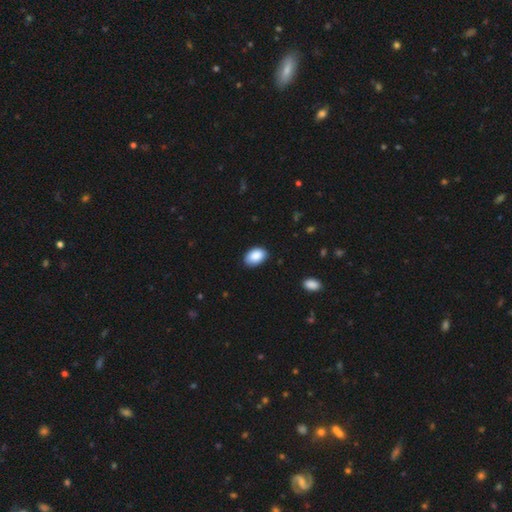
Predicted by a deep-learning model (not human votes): Smooth or featured? Predicted: smooth (p=0.89). How rounded? Predicted: in between (p=0.89). Merging? Predicted: none (p=0.84).